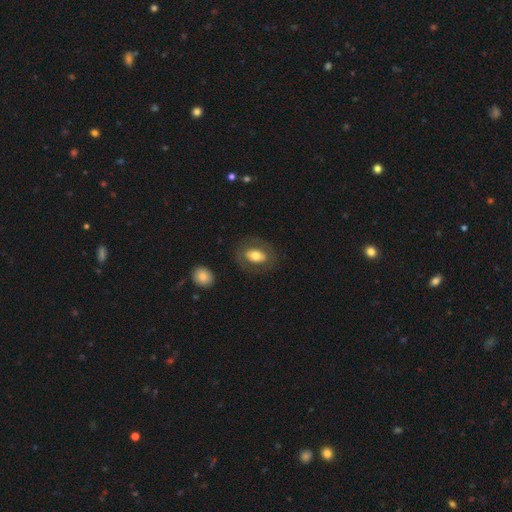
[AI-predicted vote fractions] This appears to be a smooth galaxy with no disk features (62%) that is in between round and cigar-shaped (78%). Merging: none (79%).